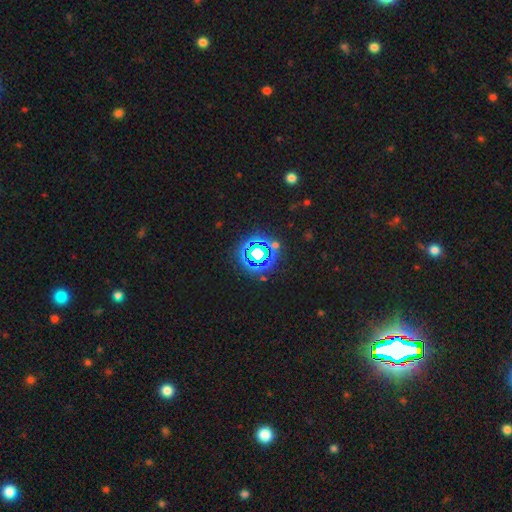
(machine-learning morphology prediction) smooth-or-featured: star or artifact: 80% | smooth: 14% | featured or disk: 7%